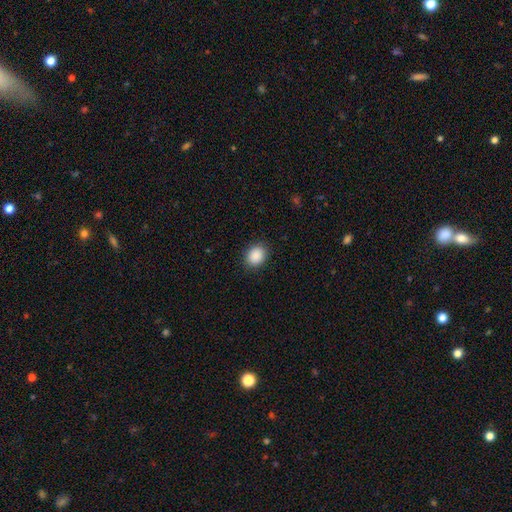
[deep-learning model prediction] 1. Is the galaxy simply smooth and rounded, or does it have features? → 89% smooth, 8% star or artifact, 3% featured or disk.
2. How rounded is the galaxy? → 53% in between, 46% round, 1% cigar-shaped.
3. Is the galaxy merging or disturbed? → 89% none, 8% minor disturbance, 2% major disturbance, 1% merger.